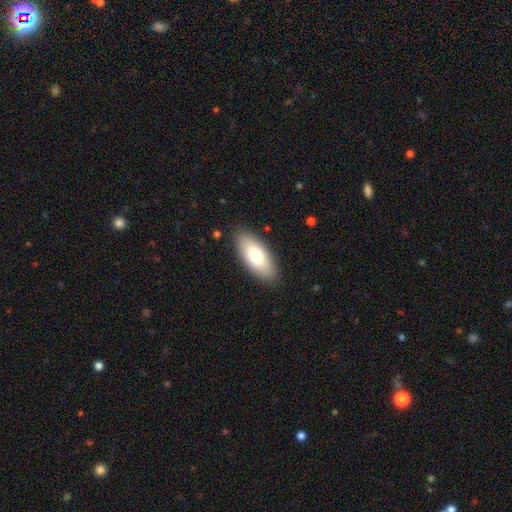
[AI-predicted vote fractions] The model was most divided on "smooth or featured": smooth: 74%, featured or disk: 20%, star or artifact: 6%. More confident: merging — none (88%); how rounded — in between (87%).